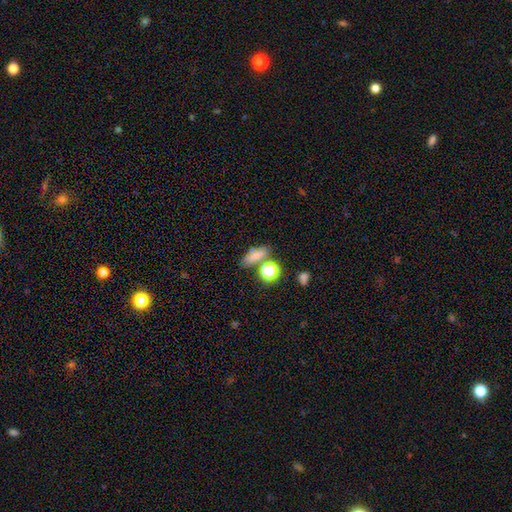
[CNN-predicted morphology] smooth 73%, star or artifact 17%, featured or disk 11%. Down the decision tree: how rounded — in between (50%); merging — none (70%).